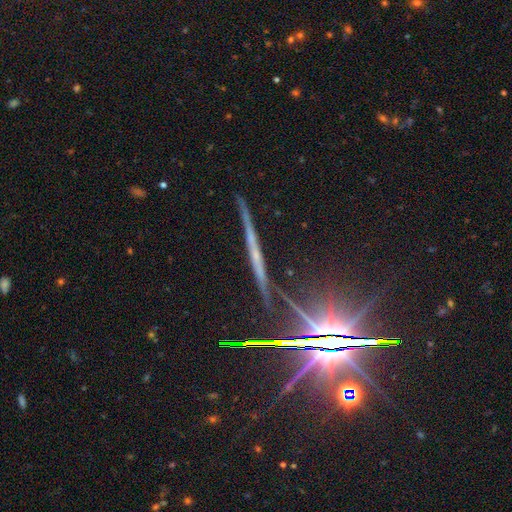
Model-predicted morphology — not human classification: smooth-or-featured: featured or disk: 52% | star or artifact: 36% | smooth: 12%
  disk-edge-on: yes: 94% | no: 6%
  merging: none: 84% | minor disturbance: 10% | major disturbance: 3% | merger: 3%